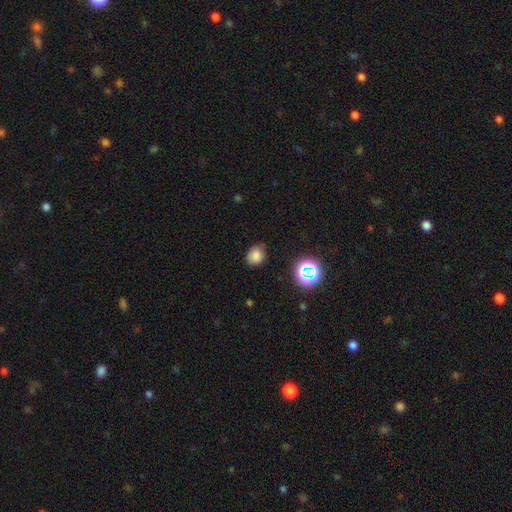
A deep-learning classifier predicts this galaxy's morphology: Q: Smooth or featured?
A: smooth (78%); runner-up: star or artifact (15%)
Q: How rounded?
A: round (54%); runner-up: in between (45%)
Q: Merging?
A: none (72%); runner-up: minor disturbance (21%)